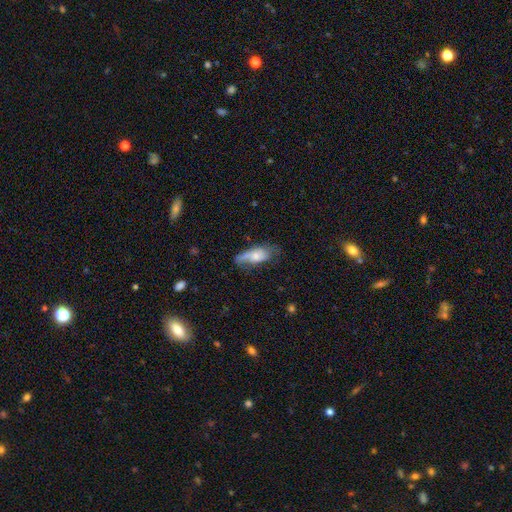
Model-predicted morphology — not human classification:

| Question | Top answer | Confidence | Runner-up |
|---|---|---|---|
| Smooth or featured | smooth | 60% | featured or disk (33%) |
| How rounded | in between | 79% | cigar-shaped (18%) |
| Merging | none | 42% | minor disturbance (33%) |